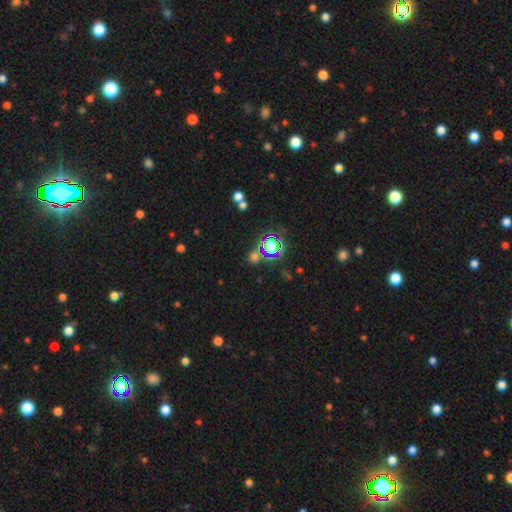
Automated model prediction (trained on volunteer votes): smooth-or-featured: star or artifact: 64% | smooth: 27% | featured or disk: 9%